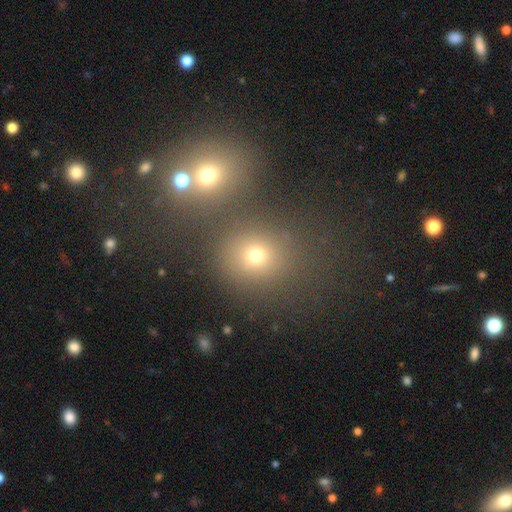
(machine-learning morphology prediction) smooth_or_featured: smooth (p=0.65) [alt: star or artifact p=0.24]
how_rounded: round (p=0.77) [alt: in between p=0.22]
merging: none (p=0.62) [alt: merger p=0.24]